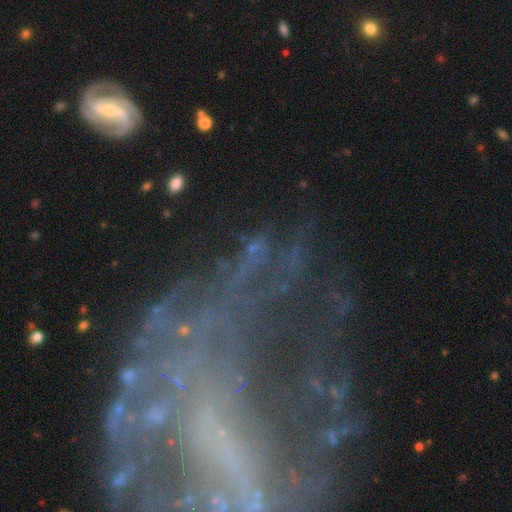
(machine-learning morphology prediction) The model was most divided on "smooth or featured": featured or disk: 52%, star or artifact: 34%, smooth: 14%. More confident: edge-on disk — no (87%); merging — none (66%).